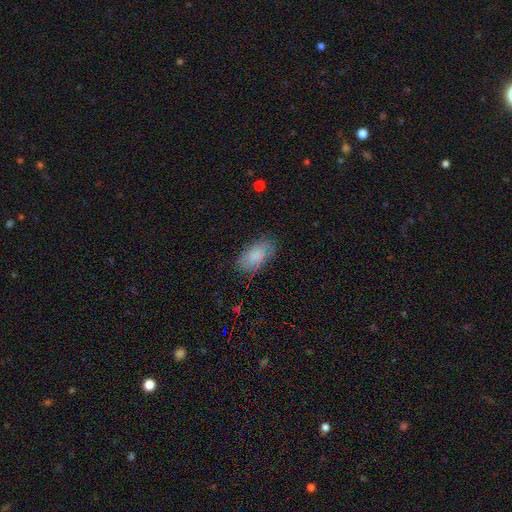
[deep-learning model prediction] Smooth or featured? smooth (80%)
How rounded? in between (93%)
Merging? none (77%)